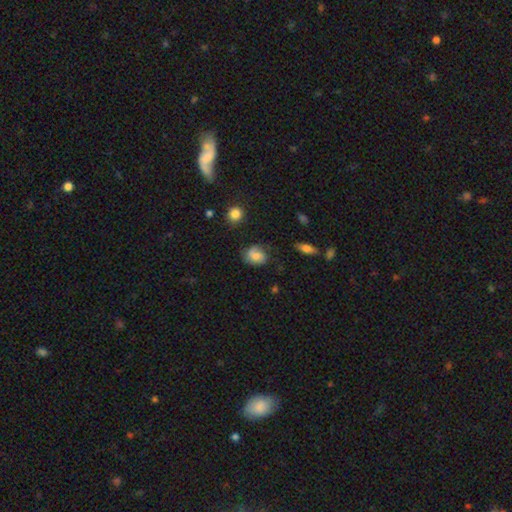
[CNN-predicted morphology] Smooth or featured: smooth — 61% (featured or disk — 30%)
How rounded: in between — 50% (round — 49%)
Merging: none — 64% (minor disturbance — 25%)